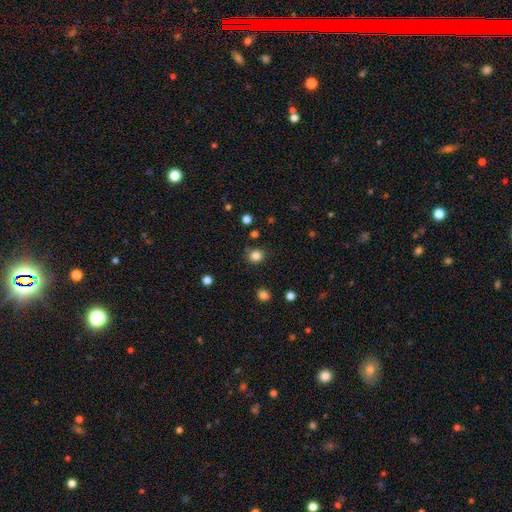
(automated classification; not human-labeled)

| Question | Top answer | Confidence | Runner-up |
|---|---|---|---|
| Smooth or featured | smooth | 83% | star or artifact (13%) |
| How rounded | round | 83% | in between (16%) |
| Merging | none | 83% | minor disturbance (11%) |